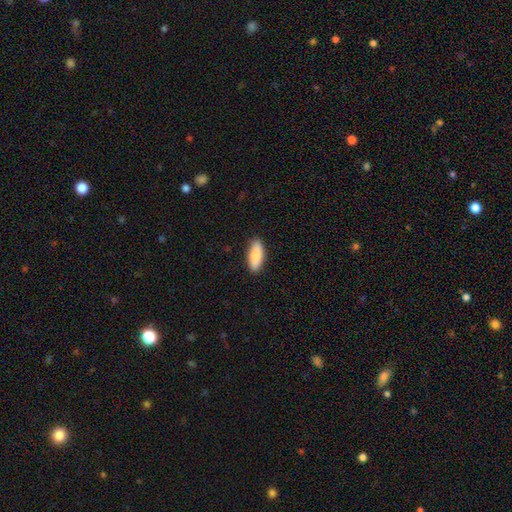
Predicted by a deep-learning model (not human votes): Morphology: type=smooth (88%); roundness=in between (69%); merging=none (89%).